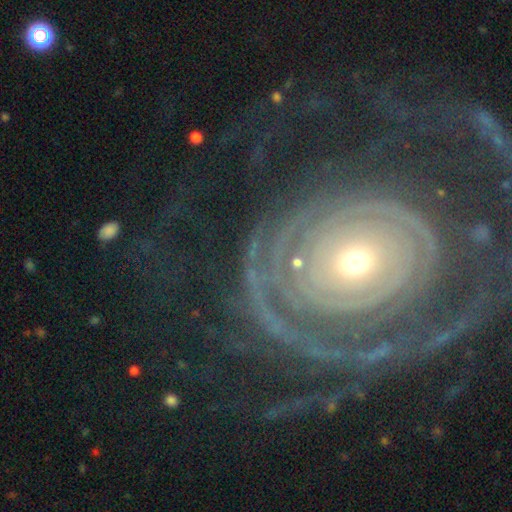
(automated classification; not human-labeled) Overall: featured or disk (80%). Edge-on disk: no (96%). Bar: no (78%). Spiral arms: yes (90%). Spiral arm count: can't tell (28%; 2 22%). Spiral winding: tight (79%). Bulge size: small (57%; moderate 38%). Merging: none (69%).